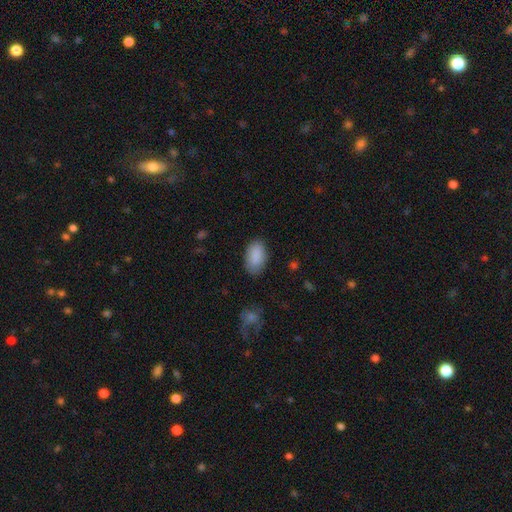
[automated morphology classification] Q: Smooth or featured?
A: smooth (89%); runner-up: star or artifact (6%)
Q: How rounded?
A: in between (94%); runner-up: round (4%)
Q: Merging?
A: none (82%); runner-up: minor disturbance (14%)